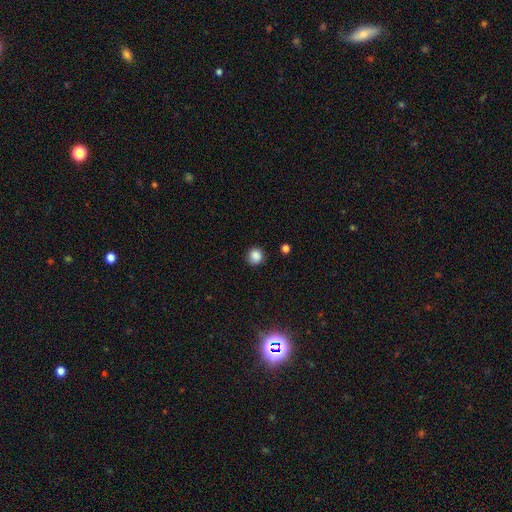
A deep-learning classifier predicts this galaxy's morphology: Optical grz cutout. It shows a smooth galaxy with no disk features (86%) that is round (91%). Merging: none (89%).